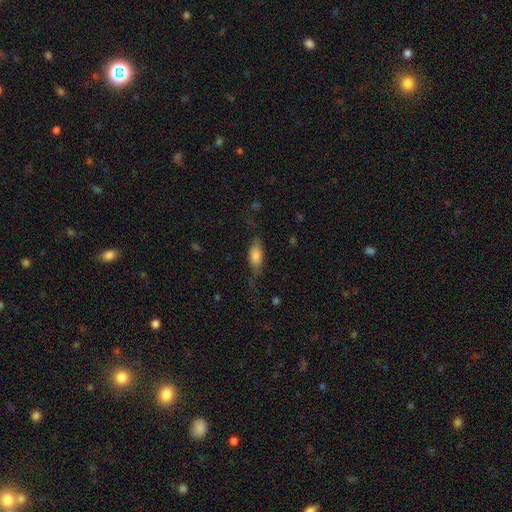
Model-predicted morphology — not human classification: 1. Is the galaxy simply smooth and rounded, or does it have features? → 72% smooth, 20% featured or disk, 7% star or artifact.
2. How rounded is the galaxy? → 80% in between, 17% cigar-shaped, 4% round.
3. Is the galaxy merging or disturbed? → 56% none, 25% minor disturbance, 17% major disturbance, 2% merger.